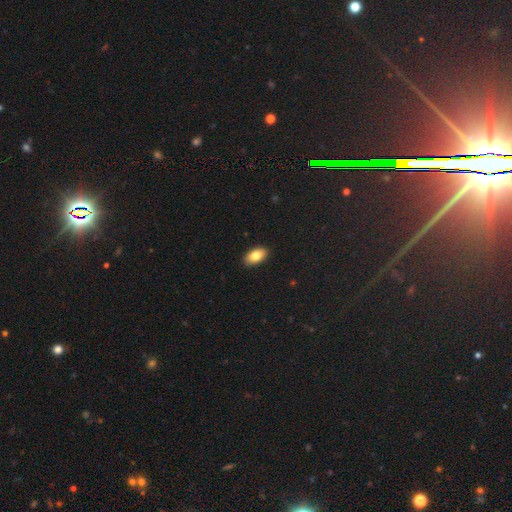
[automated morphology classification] smooth 80%, featured or disk 12%, star or artifact 7%. Down the decision tree: how rounded — in between (92%); merging — none (89%).